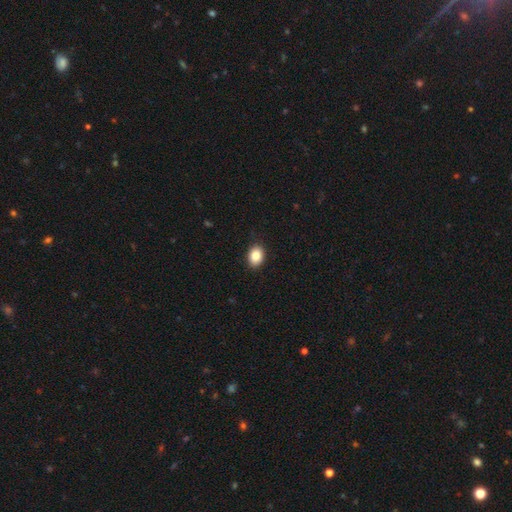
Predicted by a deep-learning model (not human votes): A smooth galaxy with no disk features (87%) that is in between round and cigar-shaped (69%). Merging: none (89%).